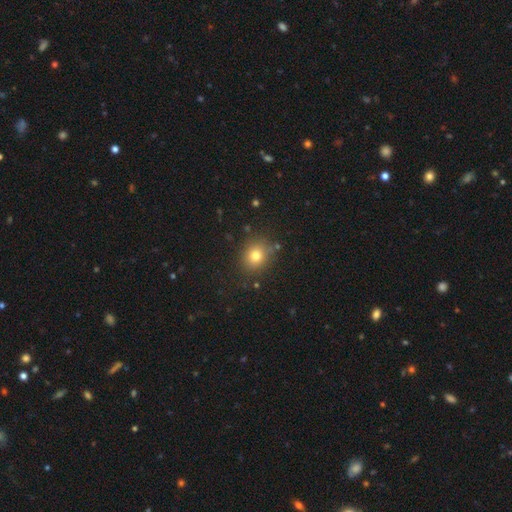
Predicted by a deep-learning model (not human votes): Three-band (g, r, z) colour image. It shows a smooth galaxy with no disk features (77%) that is round (73%). Merging: none (84%).